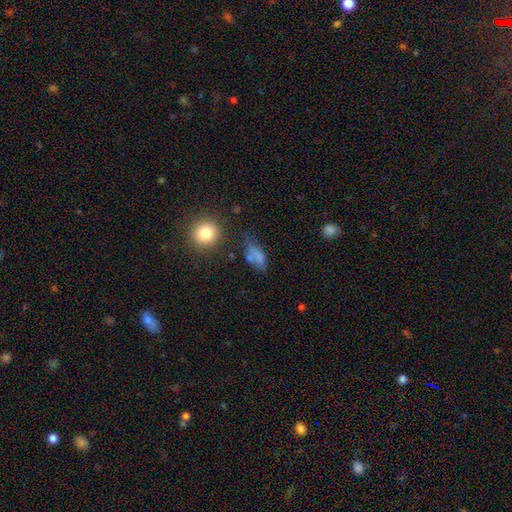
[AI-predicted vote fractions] This appears to be a smooth galaxy with no disk features (70%) that is in between round and cigar-shaped (80%). Merging: none (47%).